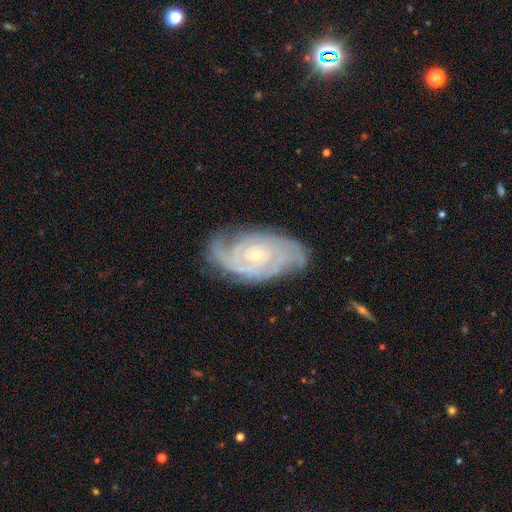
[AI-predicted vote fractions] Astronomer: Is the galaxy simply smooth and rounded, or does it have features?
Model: featured or disk — 88%.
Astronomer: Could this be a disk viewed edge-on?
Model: no — 96%.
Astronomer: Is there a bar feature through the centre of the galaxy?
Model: no — 70%.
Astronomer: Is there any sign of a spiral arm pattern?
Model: yes — 97%.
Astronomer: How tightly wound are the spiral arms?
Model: tight — 75%.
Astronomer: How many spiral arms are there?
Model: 2 — 29% (runner-up: can't tell, 23%).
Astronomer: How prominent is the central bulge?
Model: small — 76%.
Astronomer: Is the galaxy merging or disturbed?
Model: none — 74%.